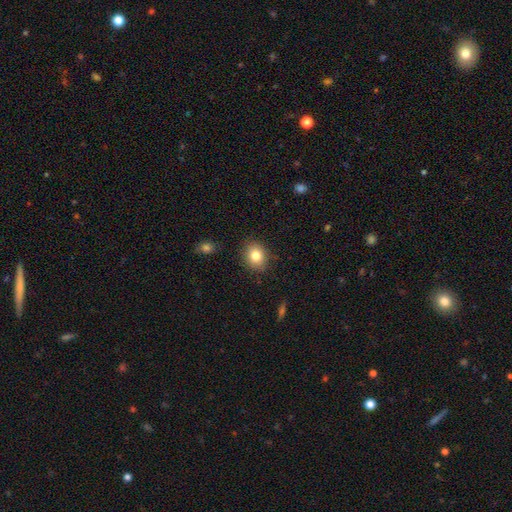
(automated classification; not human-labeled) The model was most divided on "how rounded": round: 56%, in between: 43%, cigar-shaped: 1%. More confident: merging — none (87%); smooth or featured — smooth (80%).